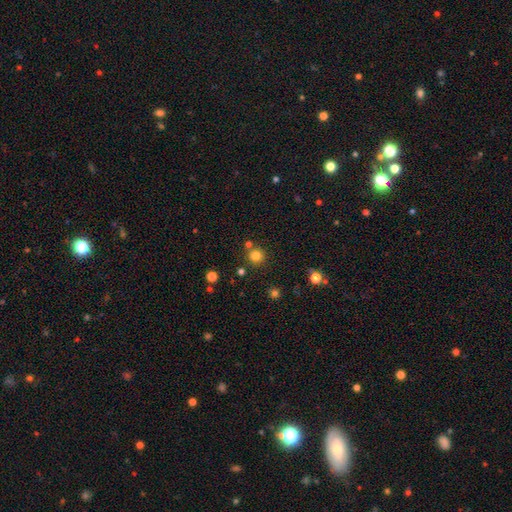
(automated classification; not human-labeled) A smooth galaxy with no disk features (80%) that is round (93%). Merging: none (80%).